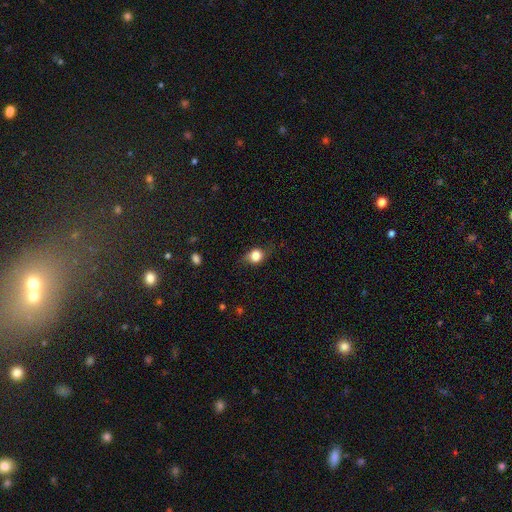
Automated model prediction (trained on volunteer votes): Smooth or featured? Predicted: smooth (p=0.76). How rounded? Predicted: round (p=0.60). Merging? Predicted: none (p=0.68).